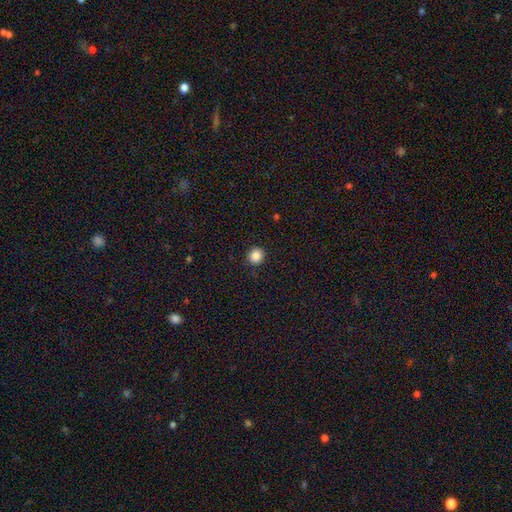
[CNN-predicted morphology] A smooth galaxy with no disk features (87%) that is round (92%).

Vote fractions:
- Smooth or featured? smooth: 87% / star or artifact: 10% / featured or disk: 3%
- How rounded? round: 92% / in between: 7% / cigar-shaped: 1%
- Merging? none: 92% / minor disturbance: 6% / major disturbance: 2% / merger: 1%